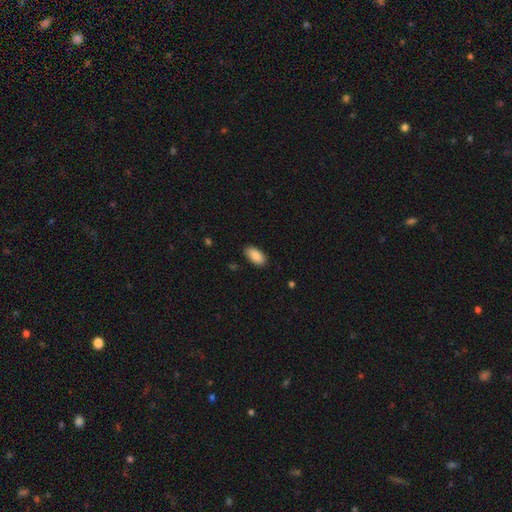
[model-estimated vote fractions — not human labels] smooth 88%, star or artifact 7%, featured or disk 6%. Down the decision tree: how rounded — in between (93%); merging — none (88%).